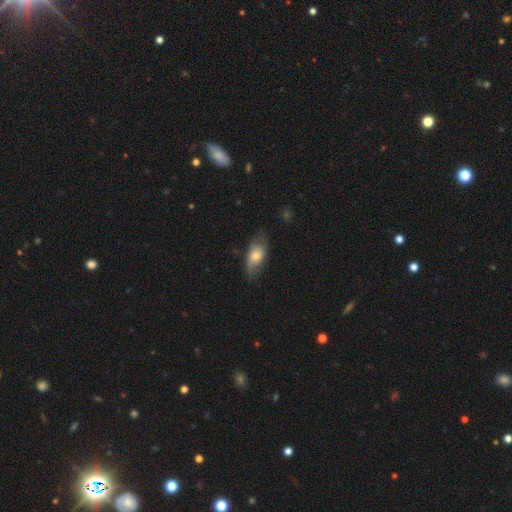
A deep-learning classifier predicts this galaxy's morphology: type=smooth (65%); roundness=in between (87%); merging=none (64%).